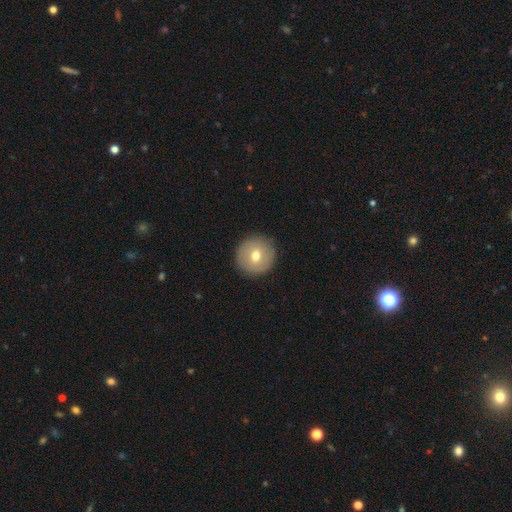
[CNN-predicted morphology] This is likely a smooth galaxy (67%). How rounded: clearly round (95%). Merging: clearly none (90%).